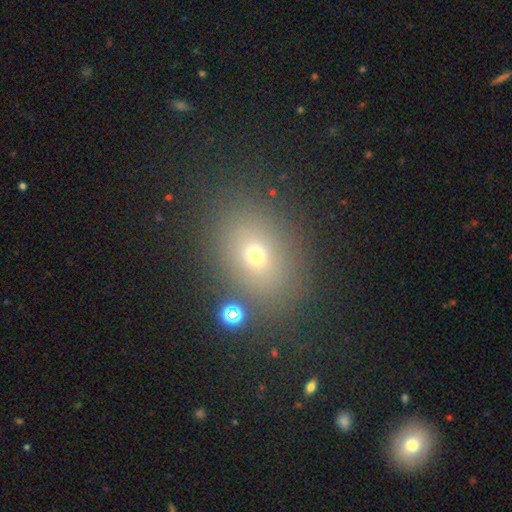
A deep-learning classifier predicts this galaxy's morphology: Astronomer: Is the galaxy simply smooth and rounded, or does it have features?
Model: smooth — 66%.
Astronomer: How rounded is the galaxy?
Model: in between — 59% (runner-up: round, 40%).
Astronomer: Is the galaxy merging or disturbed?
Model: none — 79%.